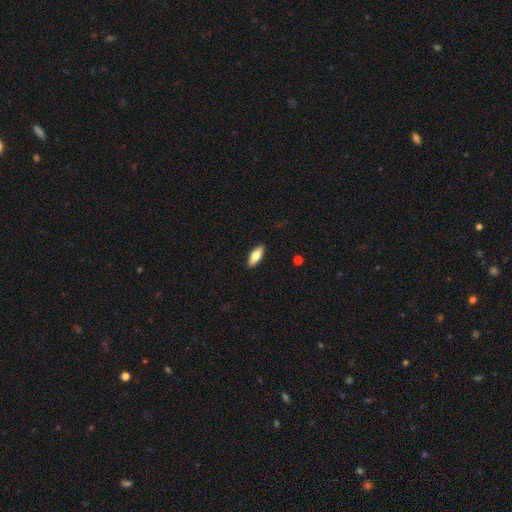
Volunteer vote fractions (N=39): Q: Smooth or featured?
A: smooth (77%); runner-up: featured or disk (21%)
Q: How rounded?
A: in between (57%); runner-up: cigar-shaped (40%)
Q: Merging?
A: none (92%); runner-up: minor disturbance (5%)